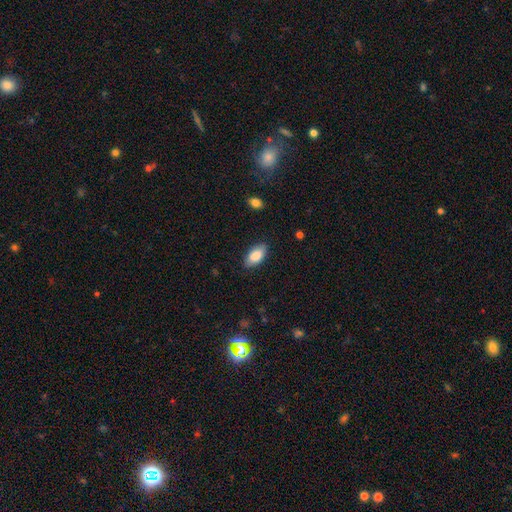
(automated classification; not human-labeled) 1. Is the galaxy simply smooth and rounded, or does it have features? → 86% smooth, 8% featured or disk, 6% star or artifact.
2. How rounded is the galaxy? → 93% in between, 4% cigar-shaped, 3% round.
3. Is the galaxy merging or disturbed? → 84% none, 12% minor disturbance, 3% major disturbance, 1% merger.